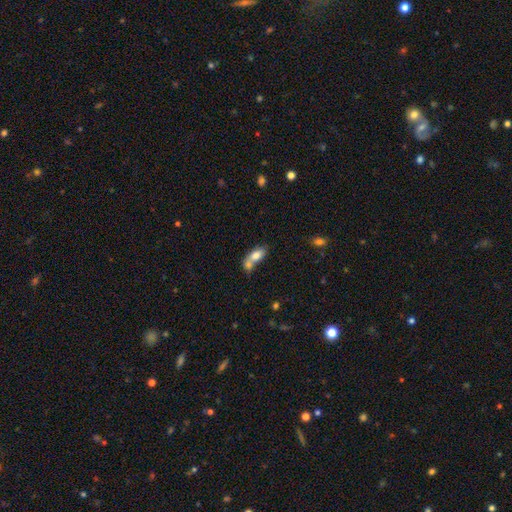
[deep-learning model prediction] Smooth or featured: smooth — 75% (featured or disk — 17%)
How rounded: in between — 83% (round — 9%)
Merging: merger — 62% (none — 24%)